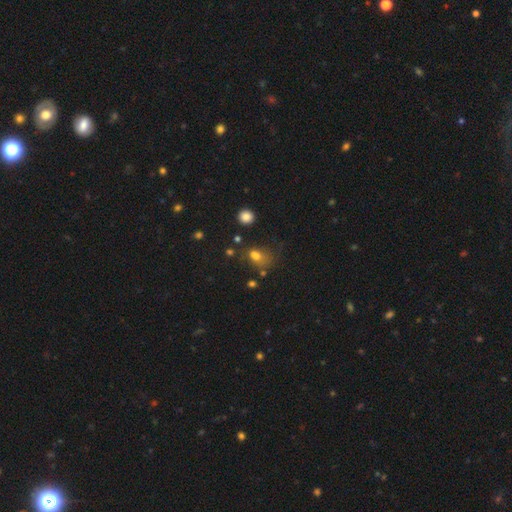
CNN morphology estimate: smooth 71%, star or artifact 16%, featured or disk 12%. Down the decision tree: how rounded — in between (65%); merging — none (40%).